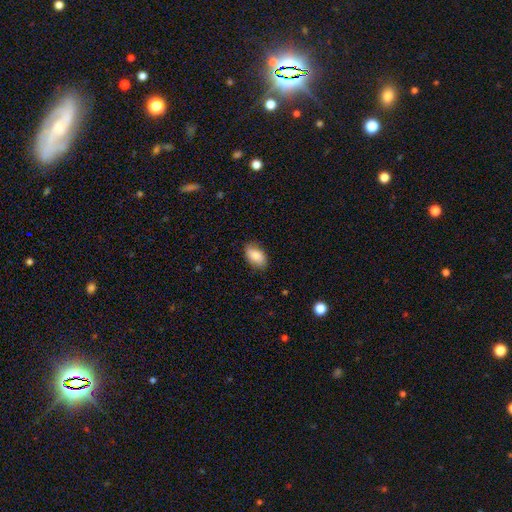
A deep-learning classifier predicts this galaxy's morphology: smooth_or_featured: smooth (p=0.84) [alt: featured or disk p=0.09]
how_rounded: in between (p=0.92) [alt: round p=0.06]
merging: none (p=0.79) [alt: minor disturbance p=0.17]